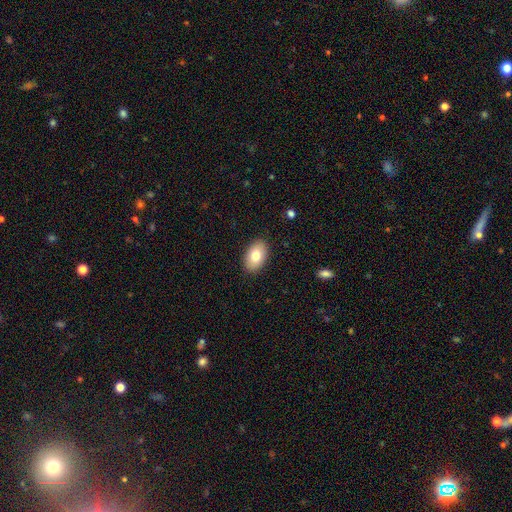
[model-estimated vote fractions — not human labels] The model was most divided on "smooth or featured": smooth: 79%, featured or disk: 14%, star or artifact: 7%. More confident: how rounded — in between (92%); merging — none (88%).